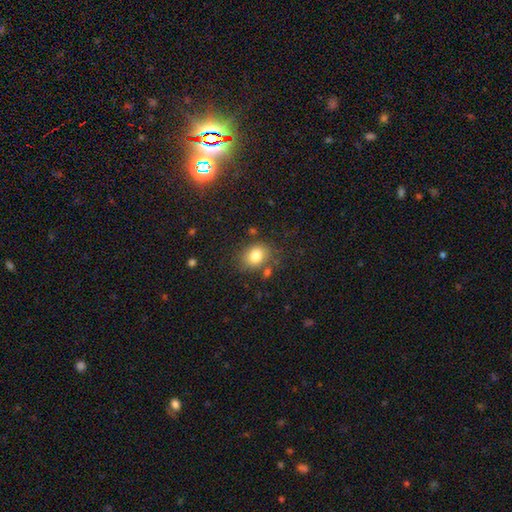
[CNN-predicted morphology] Overall: smooth (81%). How rounded: in between (53%; round 46%). Merging: none (76%).